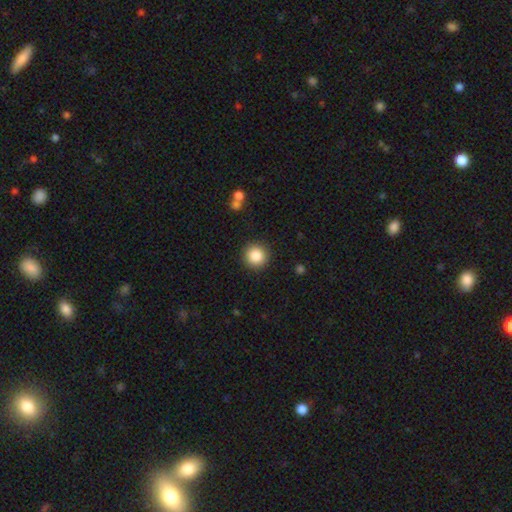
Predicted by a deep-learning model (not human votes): The model was most divided on "smooth or featured": smooth: 86%, star or artifact: 9%, featured or disk: 5%. More confident: how rounded — round (95%); merging — none (90%).